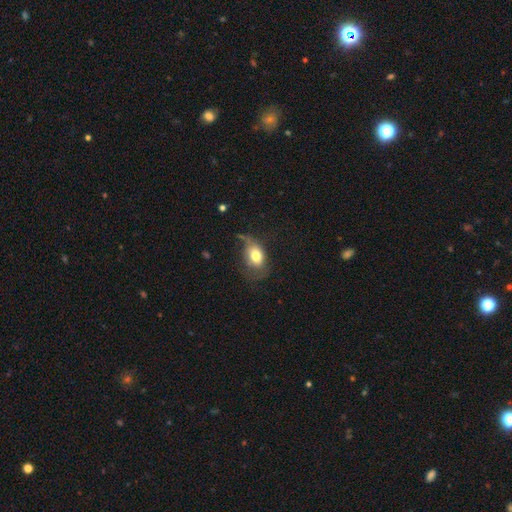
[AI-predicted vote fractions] This appears to be a smooth galaxy with no disk features (73%) that is in between round and cigar-shaped (77%). Merging: none (37%).